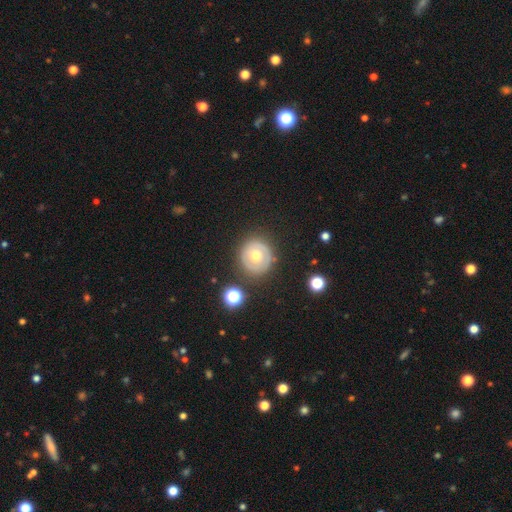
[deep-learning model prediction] Overall: smooth (49%; featured or disk 41%). Merging: none (83%).